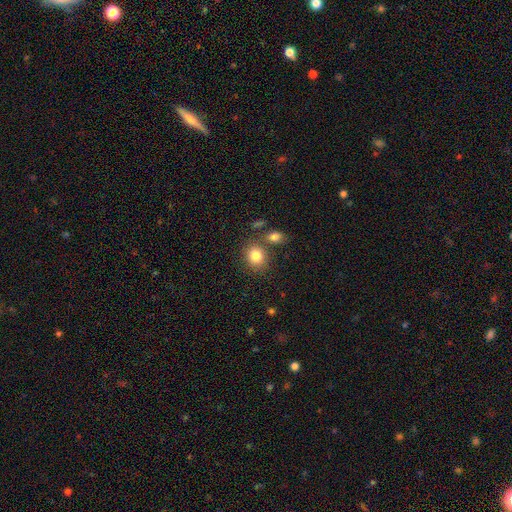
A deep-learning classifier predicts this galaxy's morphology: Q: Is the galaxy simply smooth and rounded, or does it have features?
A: smooth — 82%.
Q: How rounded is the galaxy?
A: round — 65%.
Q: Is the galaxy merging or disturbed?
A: none — 71%.